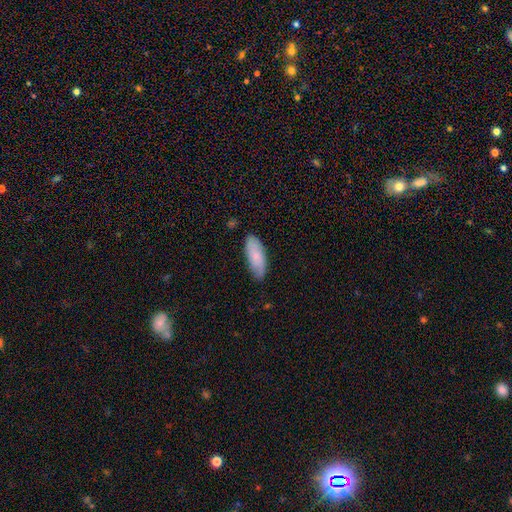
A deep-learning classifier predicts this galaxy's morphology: Q: Smooth or featured?
A: smooth (77%); runner-up: featured or disk (17%)
Q: How rounded?
A: in between (71%); runner-up: cigar-shaped (27%)
Q: Merging?
A: none (80%); runner-up: minor disturbance (16%)